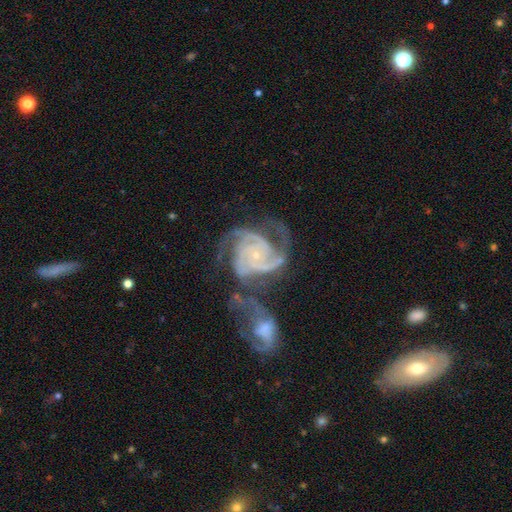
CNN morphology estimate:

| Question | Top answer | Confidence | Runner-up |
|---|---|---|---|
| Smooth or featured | featured or disk | 93% | star or artifact (4%) |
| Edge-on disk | no | 98% | yes (2%) |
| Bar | no | 73% | weak (20%) |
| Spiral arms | yes | 98% | no (2%) |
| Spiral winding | tight | 59% | medium (35%) |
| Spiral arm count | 3 | 50% | 4 (16%) |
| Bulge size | small | 82% | moderate (13%) |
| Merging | merger | 40% | none (30%) |